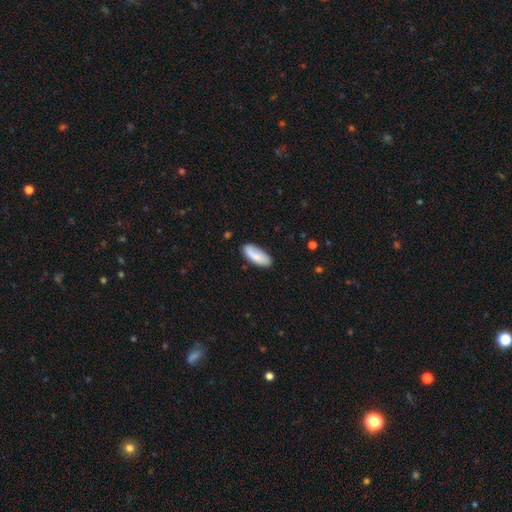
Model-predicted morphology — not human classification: smooth 80%, featured or disk 14%, star or artifact 6%. Down the decision tree: how rounded — in between (76%); merging — none (82%).